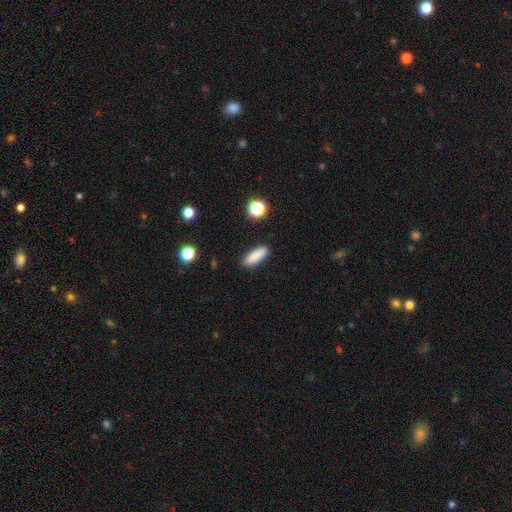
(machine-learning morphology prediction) A smooth galaxy with no disk features (87%) that is in between round and cigar-shaped (54%). Merging: none (89%).